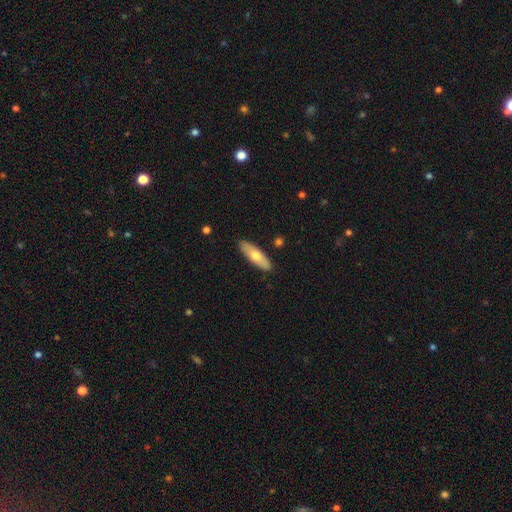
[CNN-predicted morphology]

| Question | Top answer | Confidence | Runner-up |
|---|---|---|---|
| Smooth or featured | smooth | 63% | featured or disk (32%) |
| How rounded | cigar-shaped | 49% | in between (48%) |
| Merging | none | 89% | minor disturbance (8%) |